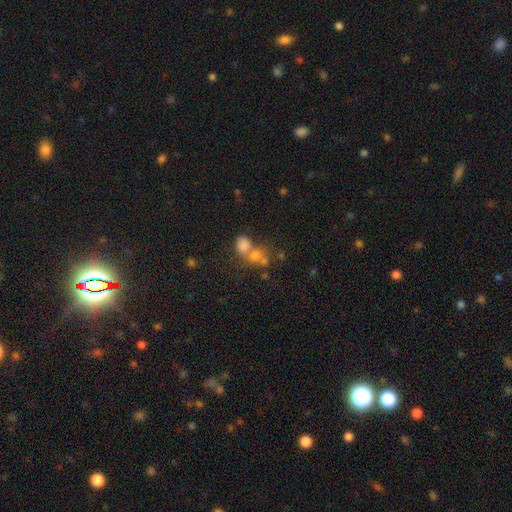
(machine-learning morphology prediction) Q: Smooth or featured?
A: smooth (68%); runner-up: featured or disk (17%)
Q: How rounded?
A: round (60%); runner-up: in between (38%)
Q: Merging?
A: merger (60%); runner-up: none (27%)